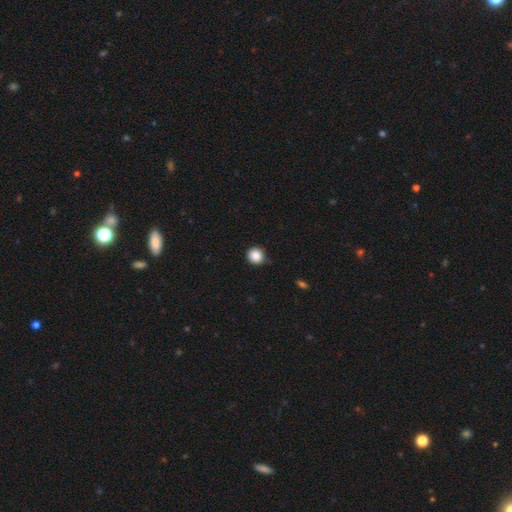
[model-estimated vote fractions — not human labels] Overall: smooth (85%). How rounded: round (92%). Merging: none (83%).